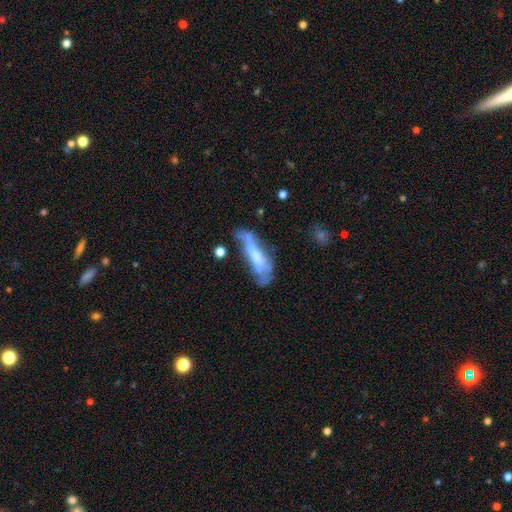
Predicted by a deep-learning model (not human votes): This appears to be a featured or disk galaxy (50%). Merging: none (32%).